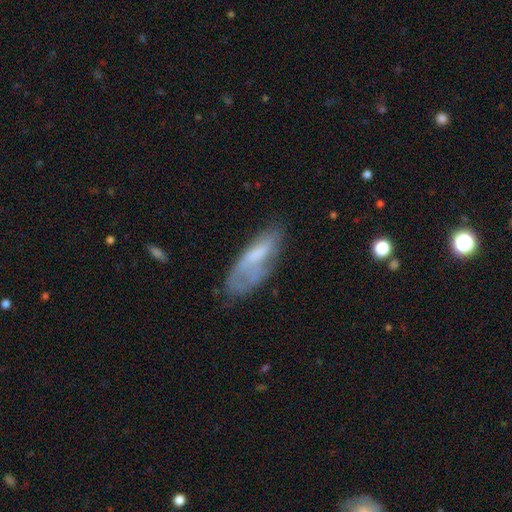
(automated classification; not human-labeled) smooth_or_featured: smooth (p=0.56) [alt: featured or disk p=0.36]
how_rounded: in between (p=0.59) [alt: cigar-shaped p=0.40]
merging: none (p=0.47) [alt: minor disturbance p=0.30]